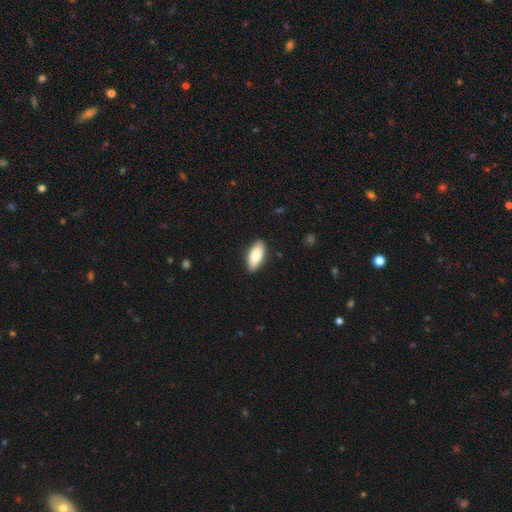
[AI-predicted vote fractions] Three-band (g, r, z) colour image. It shows a smooth galaxy with no disk features (84%) that is in between round and cigar-shaped (85%). Merging: none (89%).